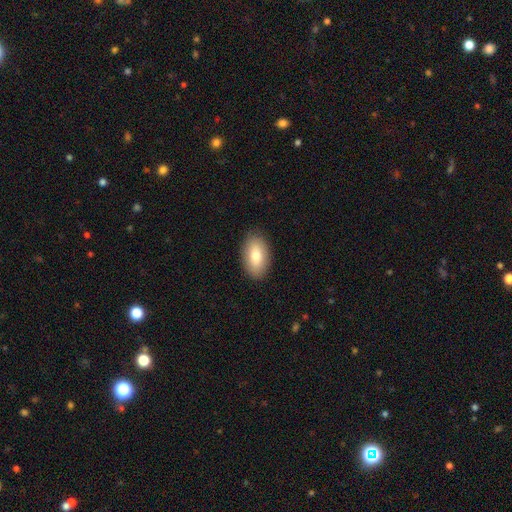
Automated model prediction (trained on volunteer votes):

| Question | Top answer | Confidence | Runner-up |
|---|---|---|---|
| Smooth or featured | smooth | 77% | featured or disk (16%) |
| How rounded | in between | 93% | round (5%) |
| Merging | none | 88% | minor disturbance (9%) |